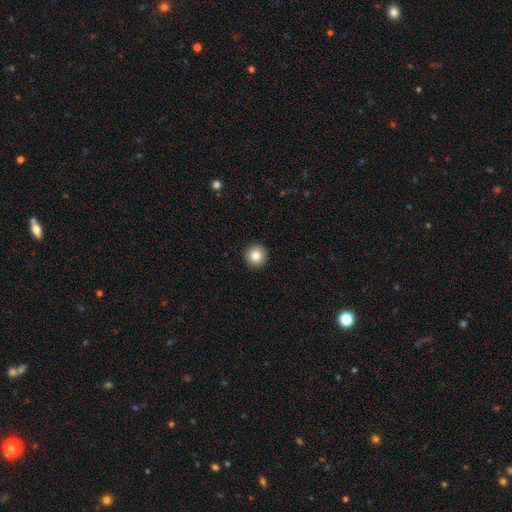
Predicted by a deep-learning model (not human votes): A smooth galaxy with no disk features (84%) that is round (96%).

Vote fractions:
- Smooth or featured? smooth: 84% / star or artifact: 9% / featured or disk: 7%
- How rounded? round: 96% / in between: 3% / cigar-shaped: 1%
- Merging? none: 94% / minor disturbance: 4% / major disturbance: 1% / merger: 1%